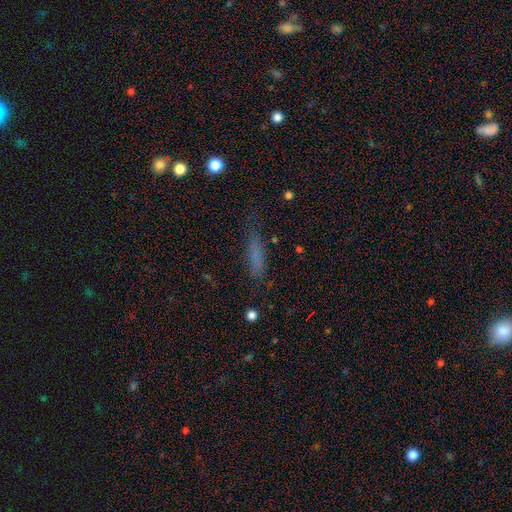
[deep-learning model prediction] A smooth galaxy with no disk features (71%) that is cigar-shaped (73%). Merging: none (69%).